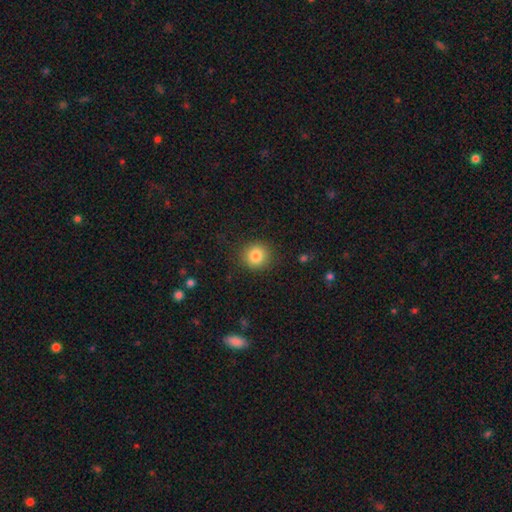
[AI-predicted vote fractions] smooth-or-featured: smooth: 84% | star or artifact: 10% | featured or disk: 6%
  how-rounded: round: 91% | in between: 8% | cigar-shaped: 1%
  merging: none: 88% | minor disturbance: 8% | major disturbance: 3% | merger: 1%